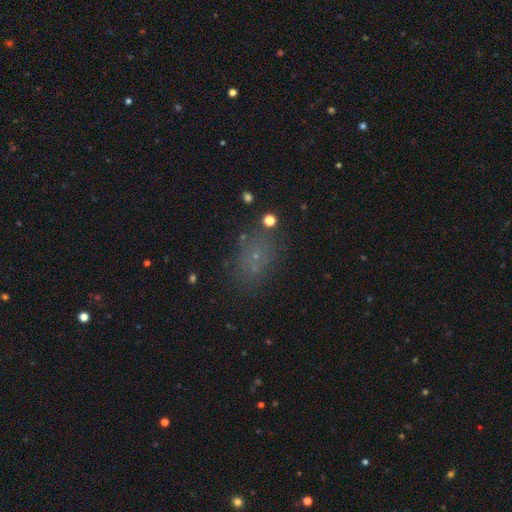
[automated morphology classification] This appears to be a smooth galaxy with no disk features (55%) that is in between round and cigar-shaped (65%). Merging: none (75%).